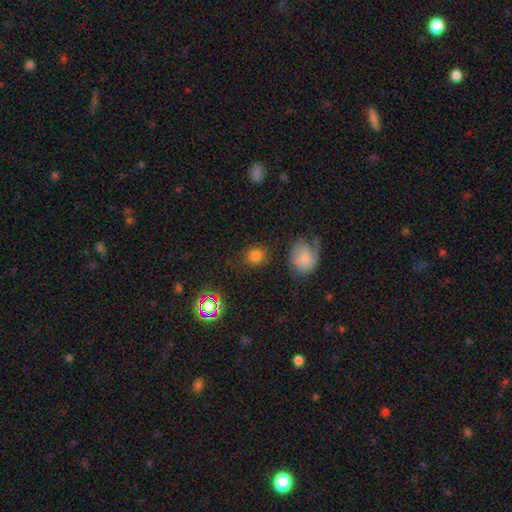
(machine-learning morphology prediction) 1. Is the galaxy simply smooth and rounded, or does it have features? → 77% smooth, 15% star or artifact, 8% featured or disk.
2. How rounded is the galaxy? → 76% round, 22% in between, 1% cigar-shaped.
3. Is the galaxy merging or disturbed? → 77% none, 13% minor disturbance, 5% major disturbance, 5% merger.